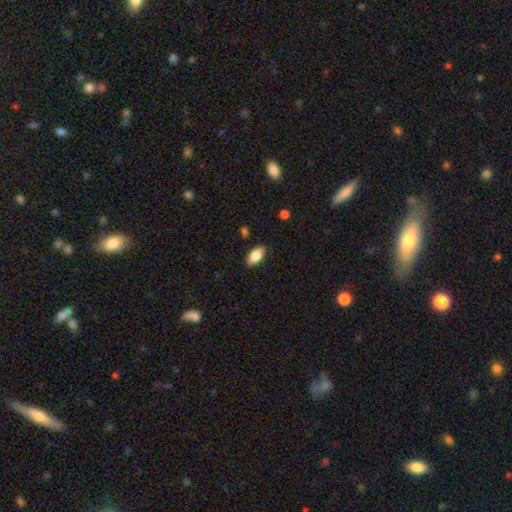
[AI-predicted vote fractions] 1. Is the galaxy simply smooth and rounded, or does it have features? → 83% smooth, 10% featured or disk, 7% star or artifact.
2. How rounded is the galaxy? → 91% in between, 6% cigar-shaped, 3% round.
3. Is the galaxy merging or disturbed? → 87% none, 9% minor disturbance, 2% major disturbance, 1% merger.